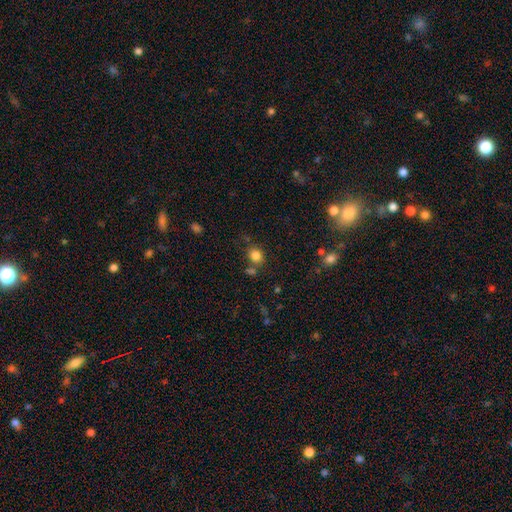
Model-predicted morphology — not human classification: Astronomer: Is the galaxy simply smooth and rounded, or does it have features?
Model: smooth — 82%.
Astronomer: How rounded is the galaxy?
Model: round — 71%.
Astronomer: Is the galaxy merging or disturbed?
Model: none — 69%.